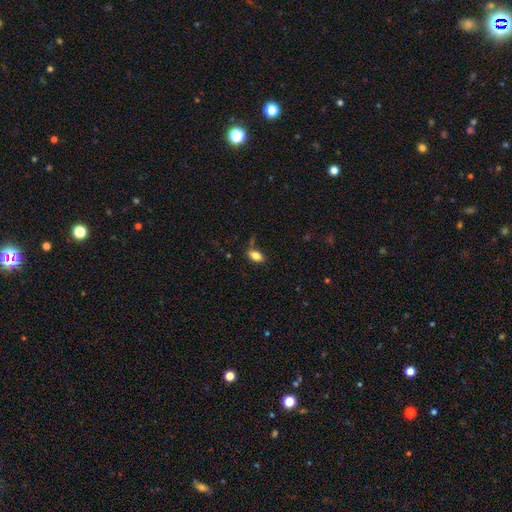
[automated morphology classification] Smooth or featured?
  - smooth: 83% *
  - star or artifact: 9%
  - featured or disk: 8%
How rounded?
  - in between: 90% *
  - round: 5%
  - cigar-shaped: 4%
Merging?
  - none: 74% *
  - minor disturbance: 16%
  - merger: 6%
  - major disturbance: 4%